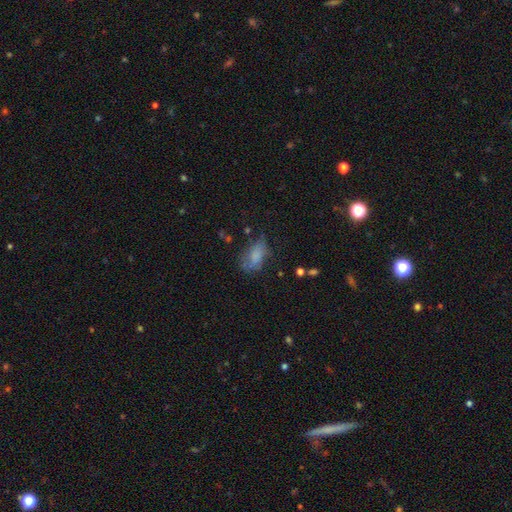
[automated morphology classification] Smooth or featured?
  - smooth: 71% *
  - featured or disk: 18%
  - star or artifact: 11%
How rounded?
  - in between: 87% *
  - round: 7%
  - cigar-shaped: 6%
Merging?
  - none: 47% *
  - minor disturbance: 30%
  - major disturbance: 19%
  - merger: 4%